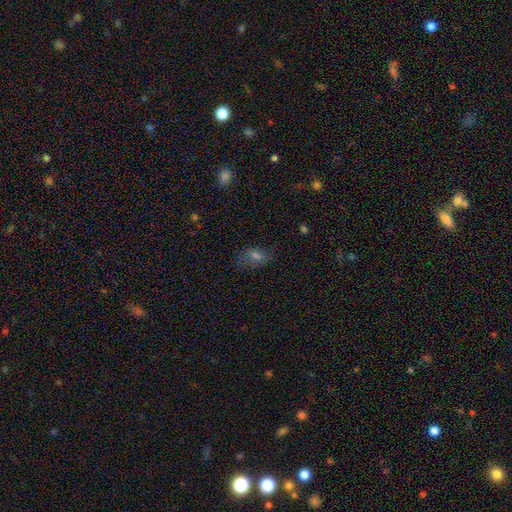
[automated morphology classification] Smooth or featured: smooth — 59% (star or artifact — 22%)
How rounded: in between — 81% (round — 15%)
Merging: none — 66% (minor disturbance — 21%)